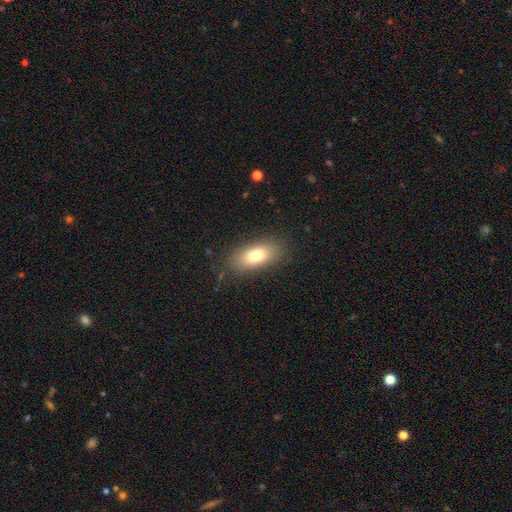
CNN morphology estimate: Smooth or featured?
  - smooth: 77% *
  - featured or disk: 14%
  - star or artifact: 9%
How rounded?
  - in between: 85% *
  - cigar-shaped: 11%
  - round: 5%
Merging?
  - none: 84% *
  - minor disturbance: 11%
  - major disturbance: 4%
  - merger: 1%